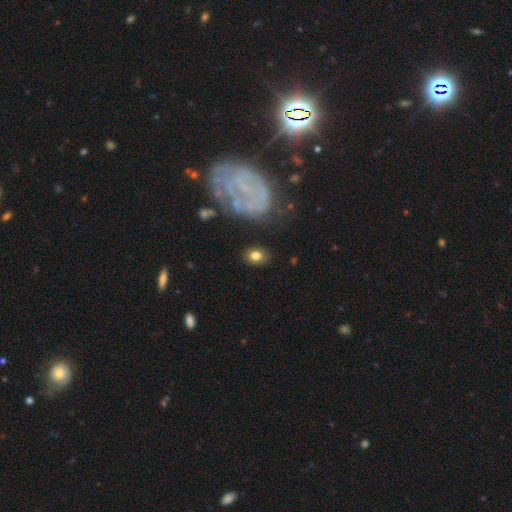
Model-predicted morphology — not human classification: Q: Smooth or featured?
A: smooth (79%); runner-up: featured or disk (13%)
Q: How rounded?
A: in between (62%); runner-up: round (36%)
Q: Merging?
A: none (82%); runner-up: minor disturbance (11%)